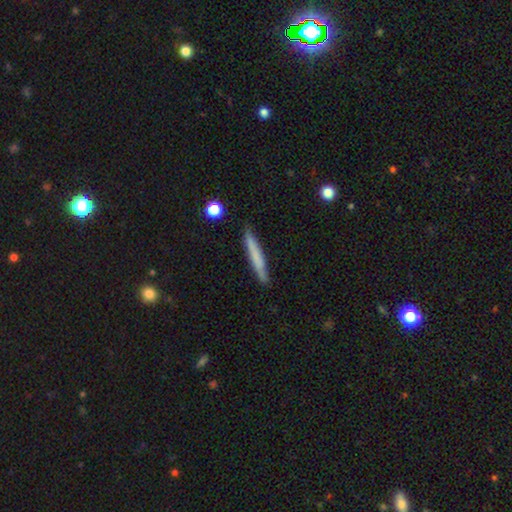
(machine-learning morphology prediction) Q: Smooth or featured?
A: smooth (65%); runner-up: featured or disk (29%)
Q: How rounded?
A: cigar-shaped (96%); runner-up: in between (3%)
Q: Merging?
A: none (88%); runner-up: minor disturbance (9%)